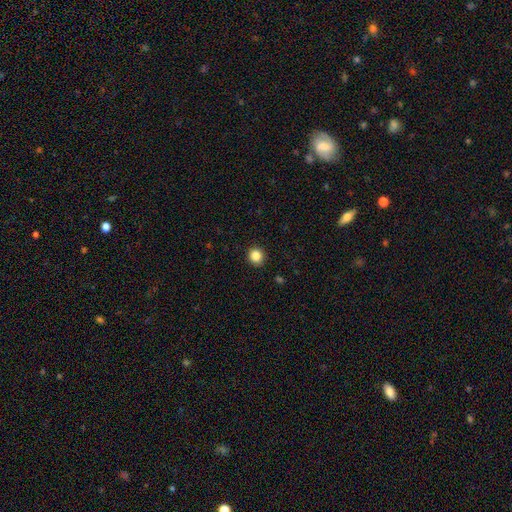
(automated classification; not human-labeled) Smooth or featured? Predicted: smooth (p=0.85). How rounded? Predicted: round (p=0.90). Merging? Predicted: none (p=0.92).